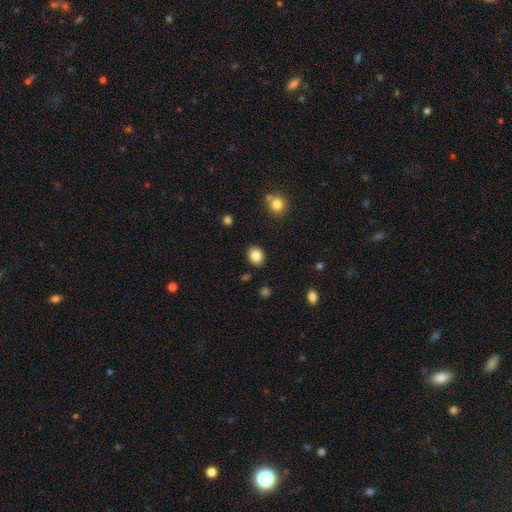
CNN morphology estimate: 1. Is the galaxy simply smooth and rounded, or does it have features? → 85% smooth, 9% star or artifact, 6% featured or disk.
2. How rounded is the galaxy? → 58% round, 41% in between, 1% cigar-shaped.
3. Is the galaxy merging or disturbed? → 88% none, 8% minor disturbance, 2% major disturbance, 2% merger.